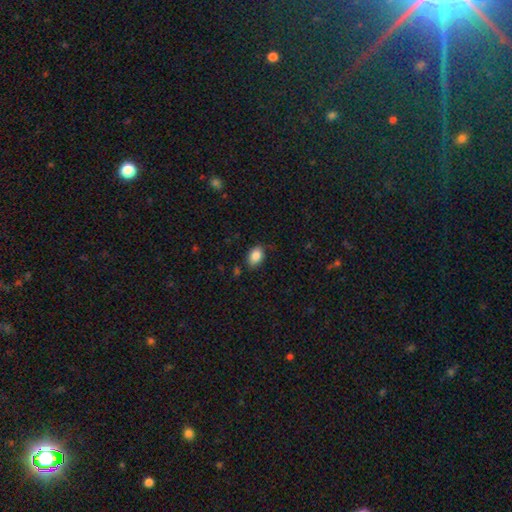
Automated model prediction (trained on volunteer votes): Overall: smooth (87%). How rounded: in between (86%). Merging: none (81%).